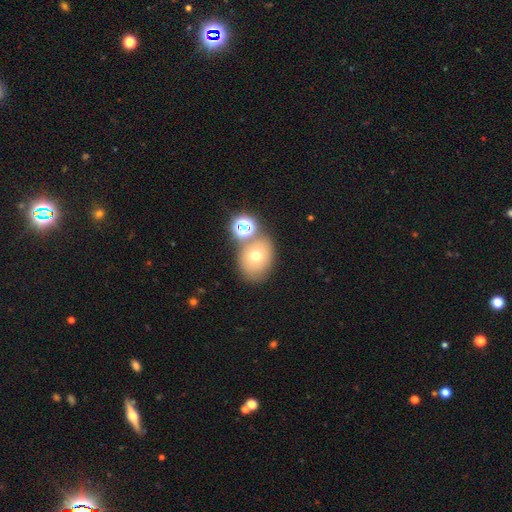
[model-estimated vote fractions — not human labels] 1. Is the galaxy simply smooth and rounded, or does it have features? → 65% smooth, 19% featured or disk, 15% star or artifact.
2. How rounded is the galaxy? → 52% round, 47% in between, 1% cigar-shaped.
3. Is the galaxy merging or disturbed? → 59% none, 23% merger, 12% minor disturbance, 5% major disturbance.